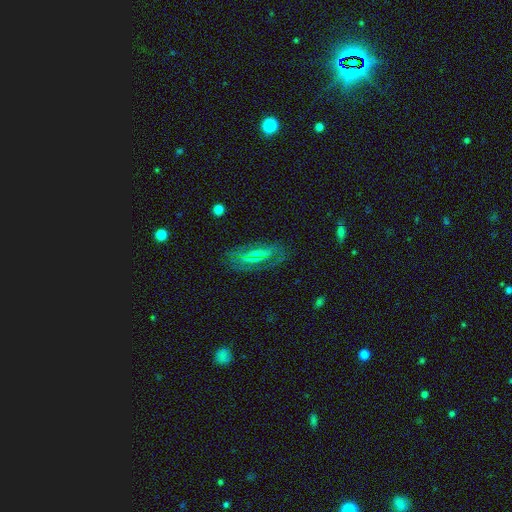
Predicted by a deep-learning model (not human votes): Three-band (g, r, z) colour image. It shows a featured or disk galaxy (65%) with no bar (45%), spiral arms (71%) and a small central bulge (55%). Merging: none (71%).